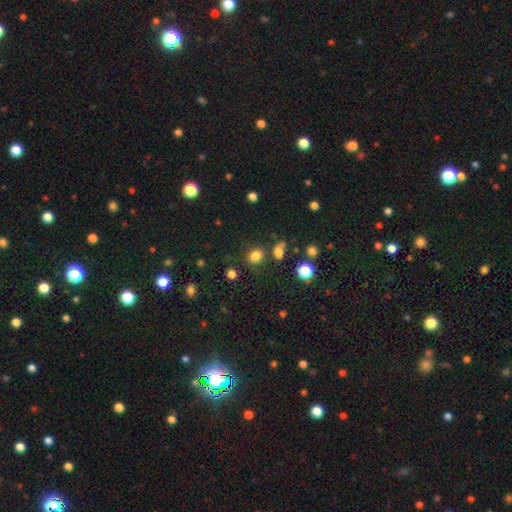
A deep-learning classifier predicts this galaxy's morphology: This is clearly a smooth galaxy (81%). How rounded: likely round (65%). Merging: likely none (77%).